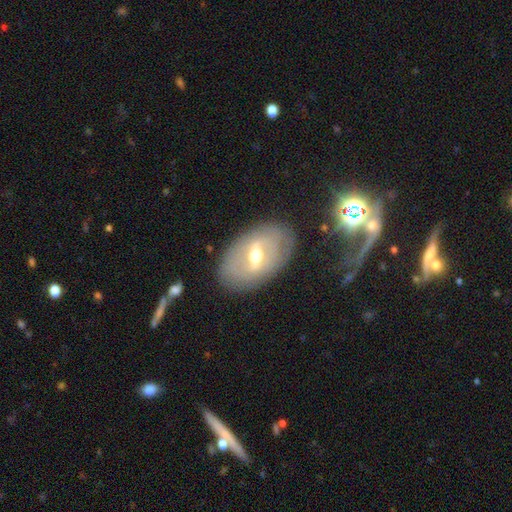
smooth-or-featured: featured or disk: 65% | smooth: 30% | star or artifact: 5%
  disk-edge-on: no: 92% | yes: 8%
    bar: weak: 55% | strong: 36% | no: 9%
    has-spiral-arms: no: 68% | yes: 32%
    bulge-size: moderate: 64% | small: 32% | large: 5% | dominant: 0% | none: 0%
  merging: none: 86% | minor disturbance: 11% | major disturbance: 3% | merger: 0%